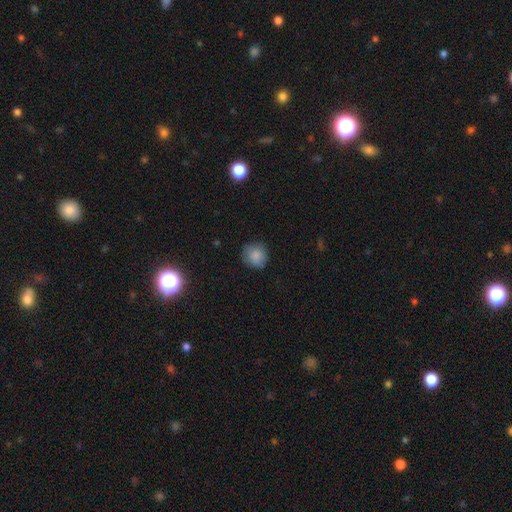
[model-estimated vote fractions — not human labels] smooth_or_featured: smooth (p=0.84) [alt: star or artifact p=0.09]
how_rounded: round (p=0.88) [alt: in between p=0.11]
merging: none (p=0.79) [alt: minor disturbance p=0.17]